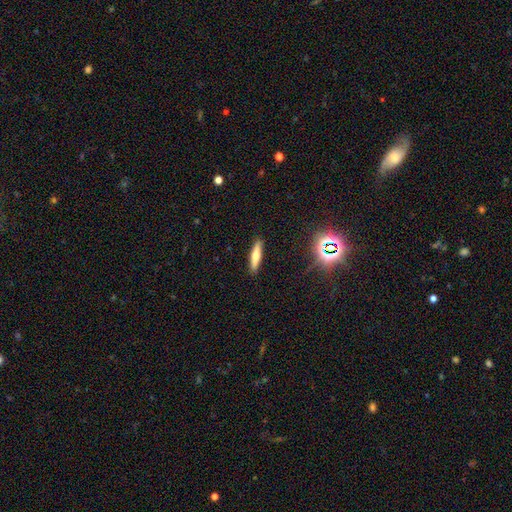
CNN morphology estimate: Q: Smooth or featured?
A: smooth (61%); runner-up: featured or disk (29%)
Q: How rounded?
A: cigar-shaped (83%); runner-up: in between (15%)
Q: Merging?
A: none (90%); runner-up: minor disturbance (7%)